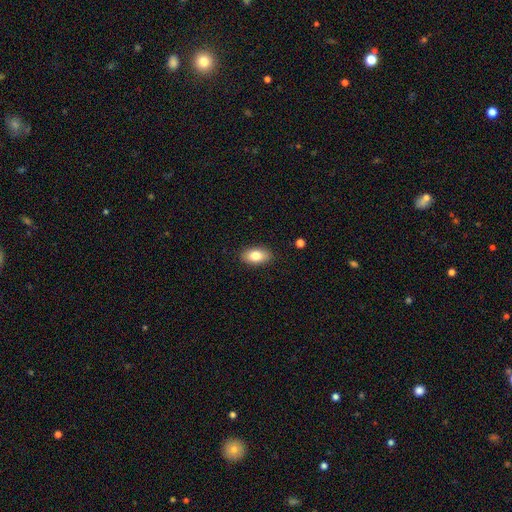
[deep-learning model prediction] Morphology: type=smooth (81%); roundness=in between (92%); merging=none (88%).